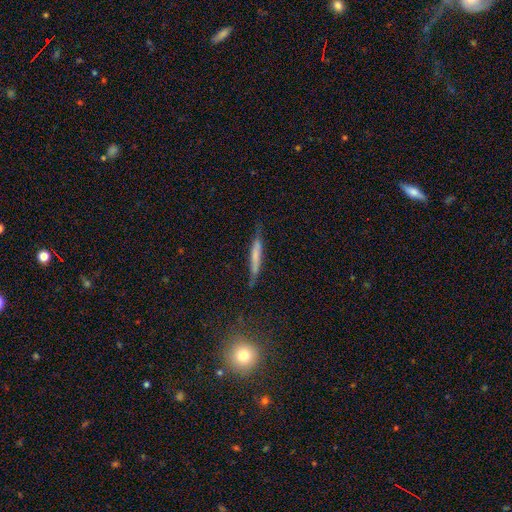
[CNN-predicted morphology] Smooth or featured?
  - smooth: 55% *
  - featured or disk: 37%
  - star or artifact: 8%
How rounded?
  - cigar-shaped: 93% *
  - in between: 5%
  - round: 2%
Merging?
  - none: 71% *
  - minor disturbance: 21%
  - major disturbance: 5%
  - merger: 3%